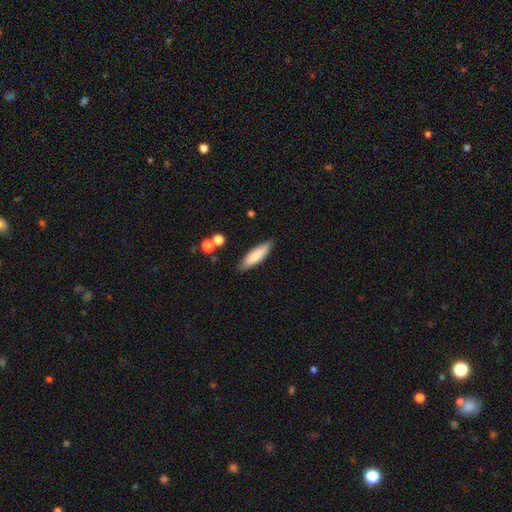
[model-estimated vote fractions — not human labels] Q: Smooth or featured?
A: smooth (79%); runner-up: featured or disk (15%)
Q: How rounded?
A: cigar-shaped (61%); runner-up: in between (38%)
Q: Merging?
A: none (84%); runner-up: minor disturbance (11%)